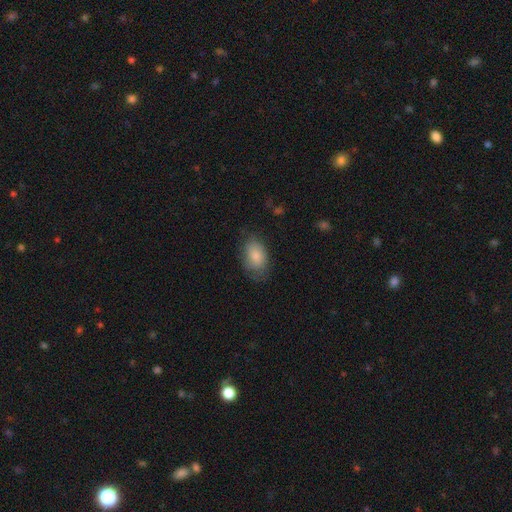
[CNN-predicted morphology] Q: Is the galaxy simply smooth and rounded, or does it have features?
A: smooth — 83%.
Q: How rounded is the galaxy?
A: in between — 86%.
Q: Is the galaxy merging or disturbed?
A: none — 68%.